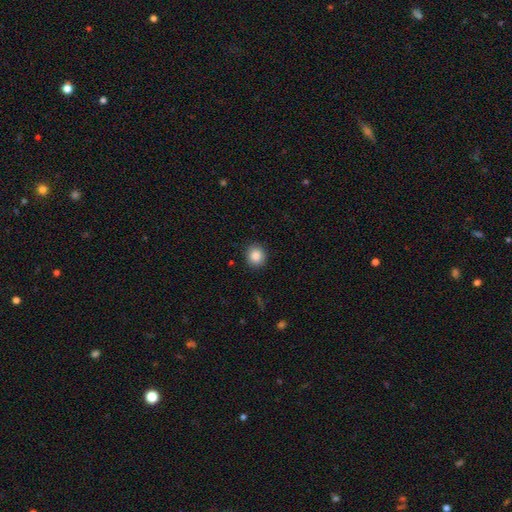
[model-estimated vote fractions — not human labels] A smooth galaxy with no disk features (87%) that is round (85%).

Vote fractions:
- Smooth or featured? smooth: 87% / star or artifact: 9% / featured or disk: 4%
- How rounded? round: 85% / in between: 14% / cigar-shaped: 1%
- Merging? none: 90% / minor disturbance: 7% / major disturbance: 2% / merger: 1%